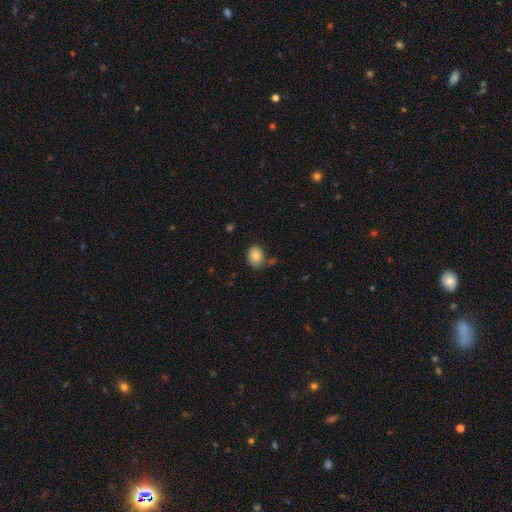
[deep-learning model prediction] This is clearly a smooth galaxy (81%). How rounded: likely in between (61%). Merging: likely none (75%).